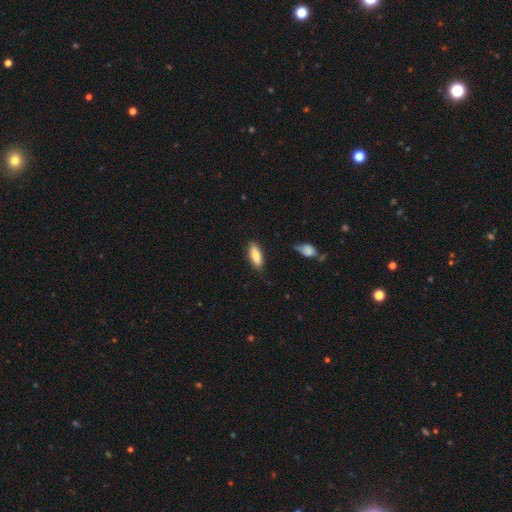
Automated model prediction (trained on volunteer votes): Q: Smooth or featured?
A: smooth (82%); runner-up: featured or disk (12%)
Q: How rounded?
A: in between (73%); runner-up: cigar-shaped (25%)
Q: Merging?
A: none (80%); runner-up: minor disturbance (15%)